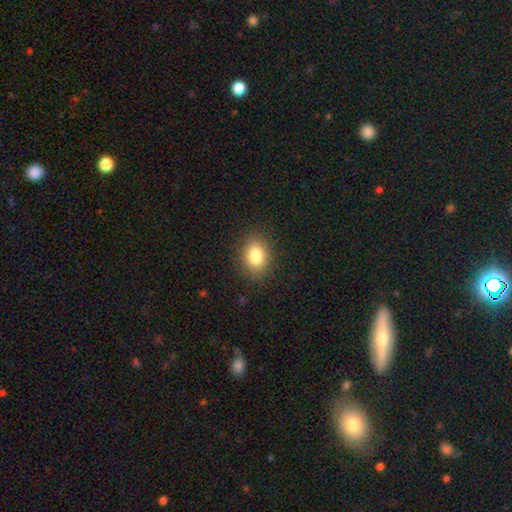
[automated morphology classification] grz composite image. It shows a smooth galaxy with no disk features (82%) that is in between round and cigar-shaped (61%). Merging: none (87%).